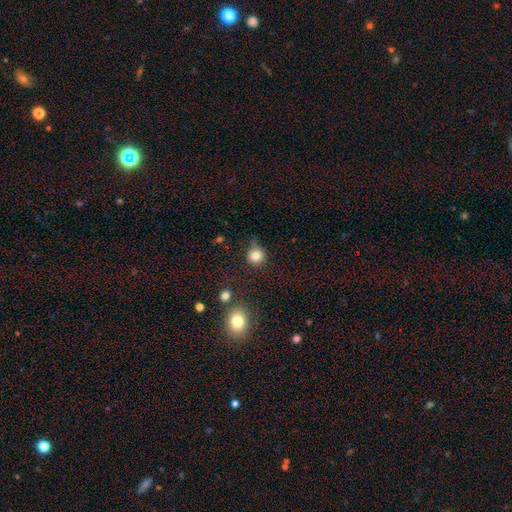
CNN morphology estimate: A smooth galaxy with no disk features (82%) that is round (92%).

Vote fractions:
- Smooth or featured? smooth: 82% / star or artifact: 12% / featured or disk: 6%
- How rounded? round: 92% / in between: 7% / cigar-shaped: 1%
- Merging? none: 70% / minor disturbance: 19% / major disturbance: 6% / merger: 4%